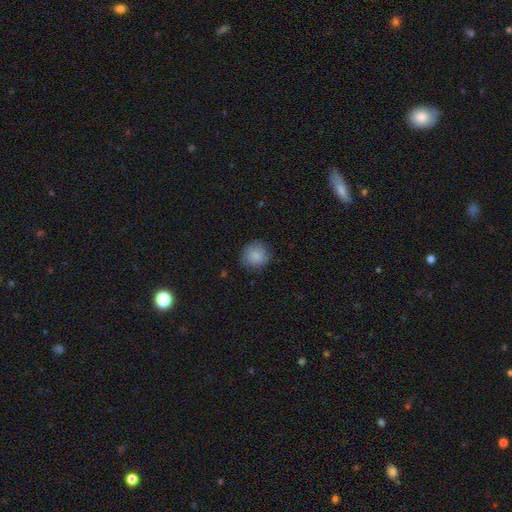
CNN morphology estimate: The model was most divided on "merging": none: 84%, minor disturbance: 12%, major disturbance: 3%, merger: 1%. More confident: how rounded — round (91%); smooth or featured — smooth (87%).